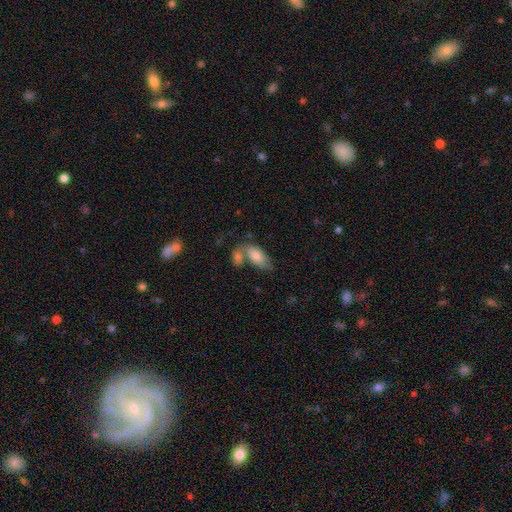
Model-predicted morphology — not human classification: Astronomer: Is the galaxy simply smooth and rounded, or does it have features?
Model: smooth — 75%.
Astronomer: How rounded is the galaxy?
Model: in between — 90%.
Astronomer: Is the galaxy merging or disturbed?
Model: merger — 46% (runner-up: none, 33%).